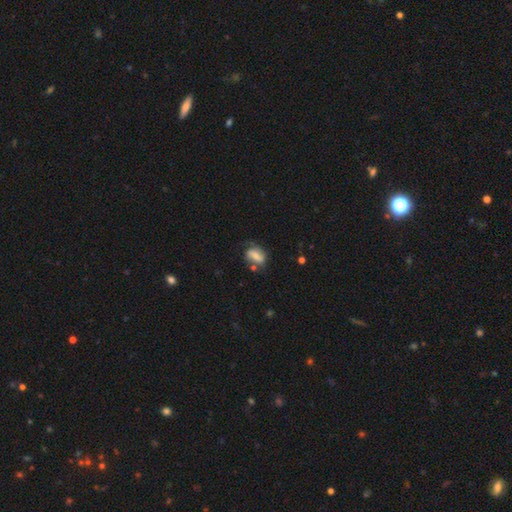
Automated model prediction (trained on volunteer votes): smooth-or-featured: smooth: 50% | featured or disk: 41% | star or artifact: 9%
  merging: none: 52% | minor disturbance: 26% | major disturbance: 12% | merger: 10%